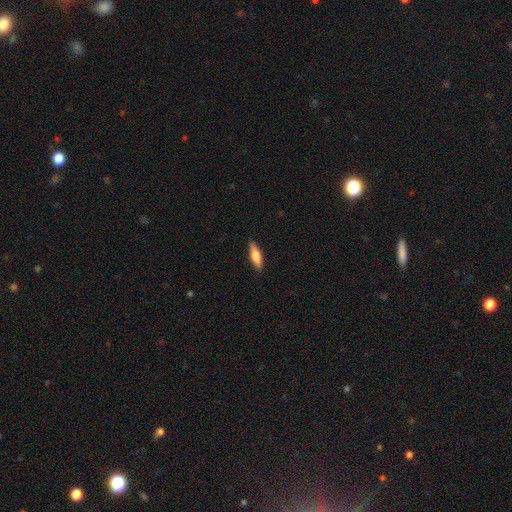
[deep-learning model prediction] This appears to be a smooth galaxy with no disk features (65%) that is cigar-shaped (67%). Merging: none (88%).